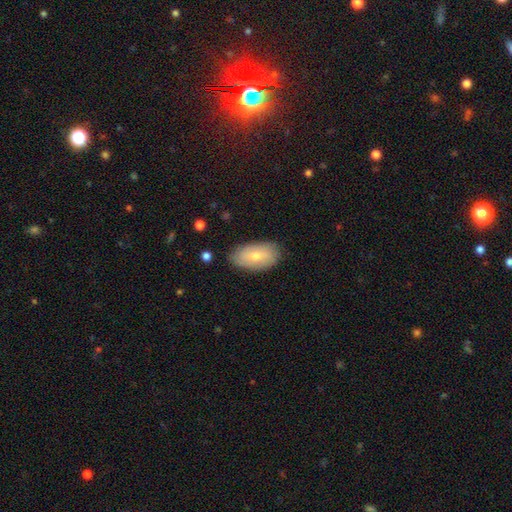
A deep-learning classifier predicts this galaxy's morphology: Smooth or featured? Predicted: smooth (p=0.69). How rounded? Predicted: in between (p=0.94). Merging? Predicted: none (p=0.82).